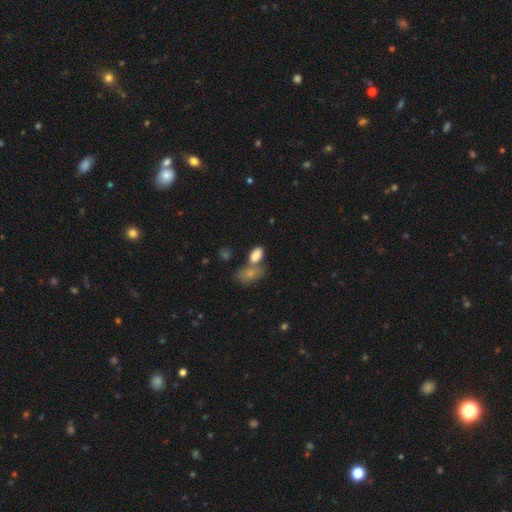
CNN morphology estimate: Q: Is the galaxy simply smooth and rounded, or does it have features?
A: smooth — 83%.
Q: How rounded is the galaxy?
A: in between — 91%.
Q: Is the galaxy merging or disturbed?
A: none — 44%.